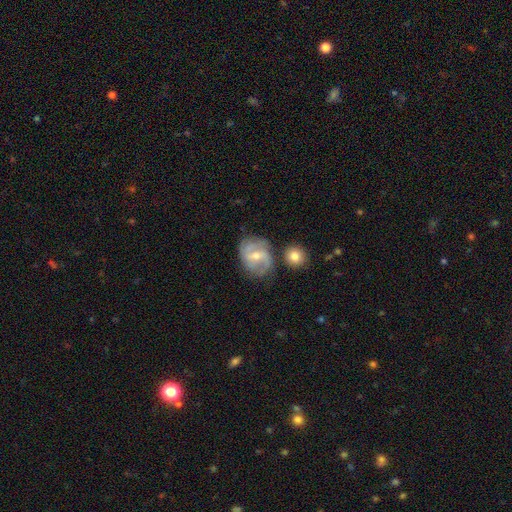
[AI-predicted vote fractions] Smooth or featured? Predicted: featured or disk (p=0.77). Edge-on disk? Predicted: no (p=0.97). Bar? Predicted: weak (p=0.53). Spiral arms? Predicted: yes (p=0.92). Spiral winding? Predicted: medium (p=0.46). Spiral arm count? Predicted: 2 (p=0.60). Bulge size? Predicted: moderate (p=0.50). Merging? Predicted: none (p=0.68).